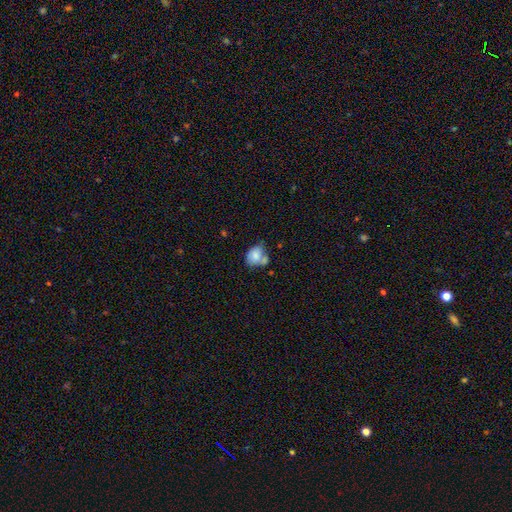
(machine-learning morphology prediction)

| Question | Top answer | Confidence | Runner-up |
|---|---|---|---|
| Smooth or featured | smooth | 73% | featured or disk (18%) |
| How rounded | in between | 55% | round (43%) |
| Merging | merger | 35% | none (33%) |